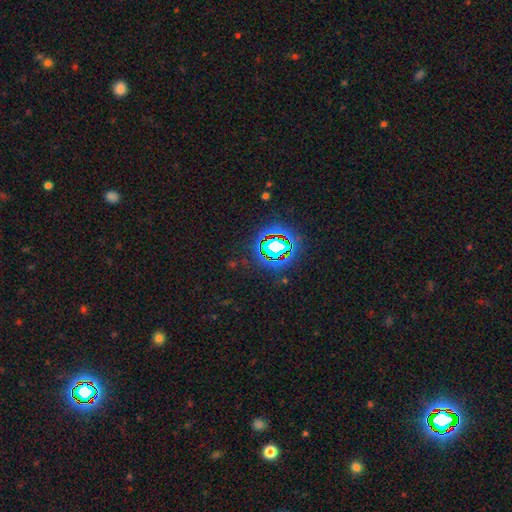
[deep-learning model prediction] This is clearly a star or artifact rather than a galaxy (80%).